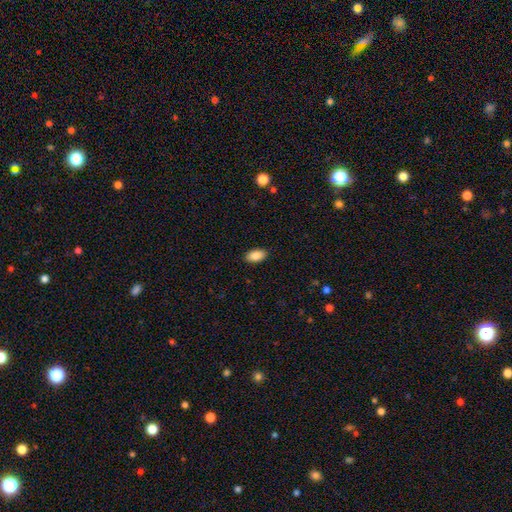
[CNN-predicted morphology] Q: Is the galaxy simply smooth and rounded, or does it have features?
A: smooth — 89%.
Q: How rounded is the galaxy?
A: in between — 94%.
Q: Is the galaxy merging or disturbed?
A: none — 89%.